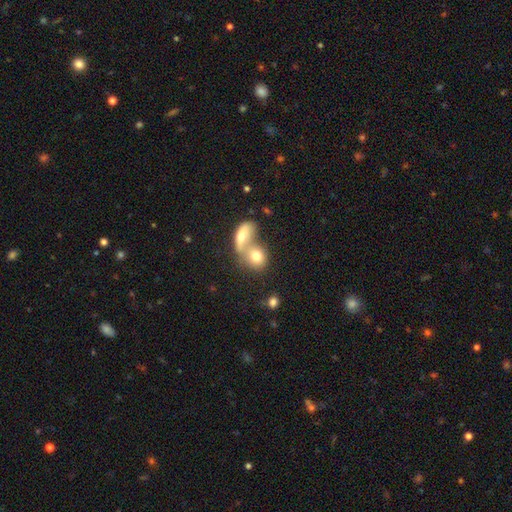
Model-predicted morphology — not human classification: Smooth or featured: smooth — 69% (featured or disk — 22%)
How rounded: round — 52% (in between — 45%)
Merging: merger — 70% (none — 21%)